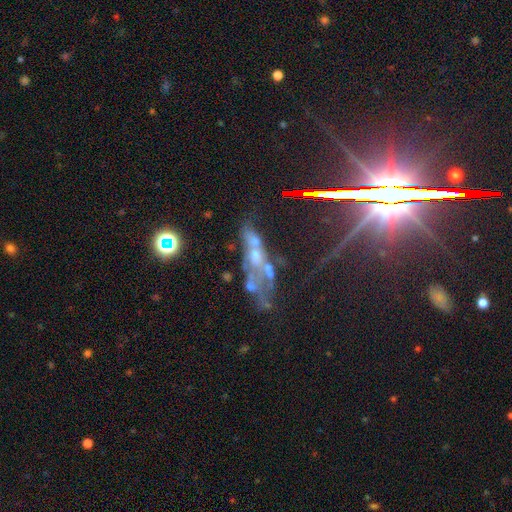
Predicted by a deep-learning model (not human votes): This is possibly a featured or disk galaxy (51%). It is likely not viewed edge-on (64%). Merging: marginally none (37%).